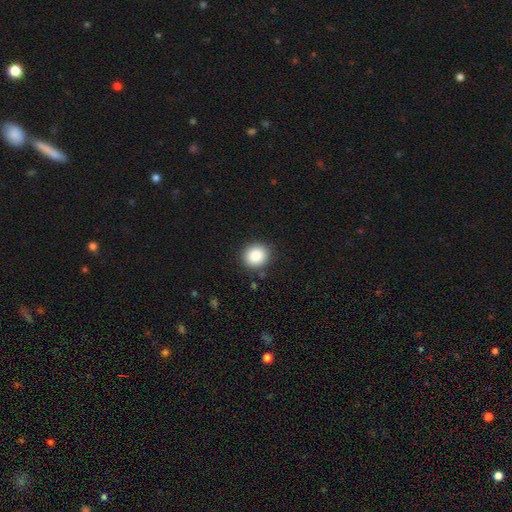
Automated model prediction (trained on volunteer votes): A smooth galaxy with no disk features (85%) that is round (83%). Merging: none (89%).